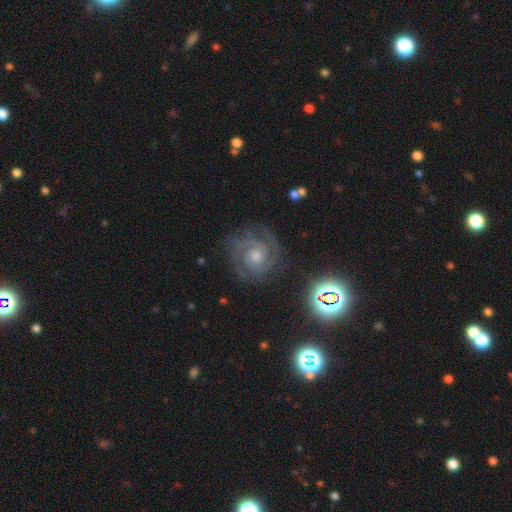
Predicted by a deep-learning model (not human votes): This appears to be a featured or disk galaxy (83%) with no bar (70%), 2 (47%) tight (73%) spiral arms (98%) and a moderate central bulge (50%). Merging: none (80%).